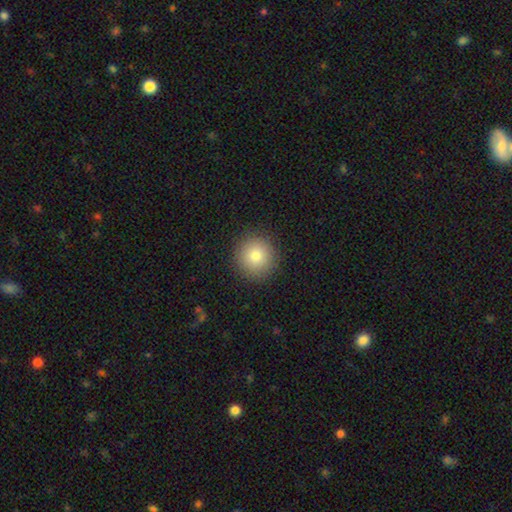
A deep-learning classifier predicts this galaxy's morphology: Q: Smooth or featured?
A: smooth (80%); runner-up: star or artifact (11%)
Q: How rounded?
A: round (95%); runner-up: in between (4%)
Q: Merging?
A: none (91%); runner-up: minor disturbance (6%)